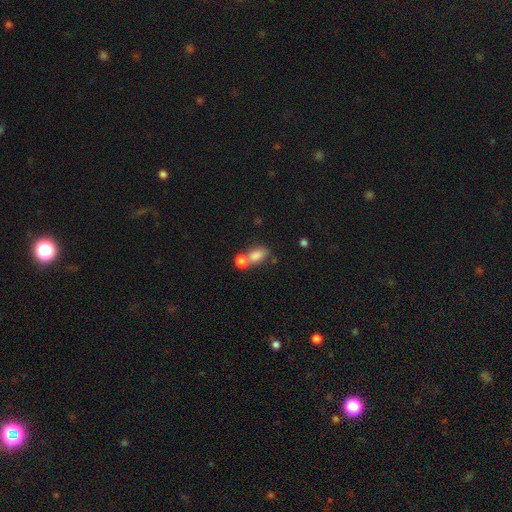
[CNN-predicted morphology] Overall: smooth (81%). How rounded: in between (80%). Merging: merger (54%; none 32%).